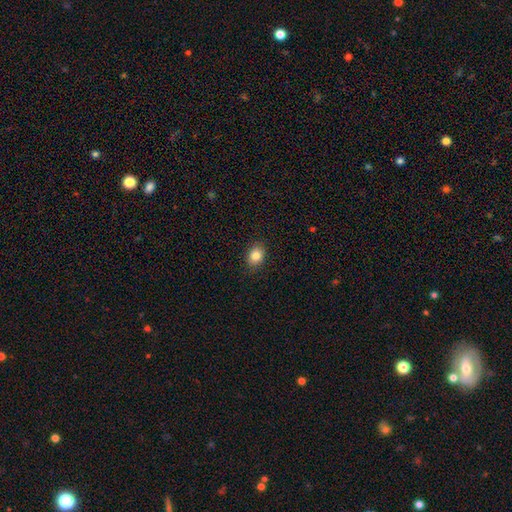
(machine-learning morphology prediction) smooth-or-featured: smooth: 85% | star or artifact: 9% | featured or disk: 6%
  how-rounded: in between: 60% | round: 39% | cigar-shaped: 1%
  merging: none: 89% | minor disturbance: 8% | major disturbance: 2% | merger: 1%